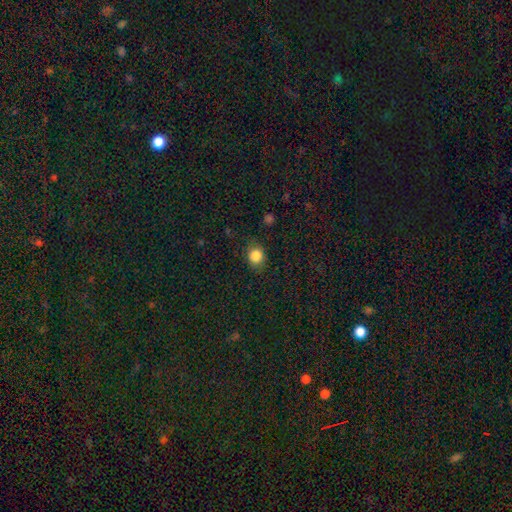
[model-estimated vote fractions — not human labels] Smooth or featured: smooth — 85% (star or artifact — 10%)
How rounded: round — 70% (in between — 29%)
Merging: none — 81% (minor disturbance — 13%)